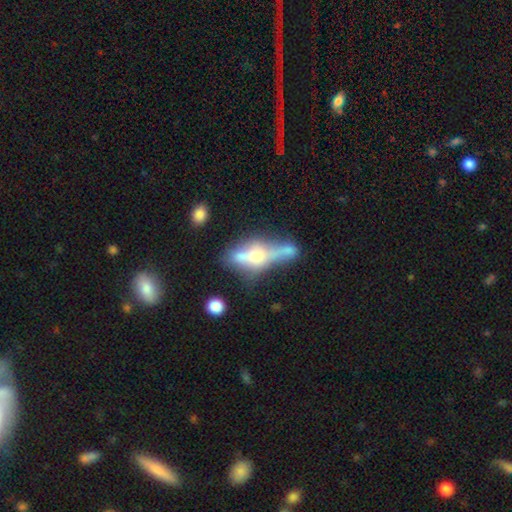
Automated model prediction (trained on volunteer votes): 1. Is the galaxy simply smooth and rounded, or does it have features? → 59% featured or disk, 31% smooth, 10% star or artifact.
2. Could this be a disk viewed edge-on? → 73% yes, 27% no.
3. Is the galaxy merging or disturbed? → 34% none, 31% merger, 18% minor disturbance, 17% major disturbance.